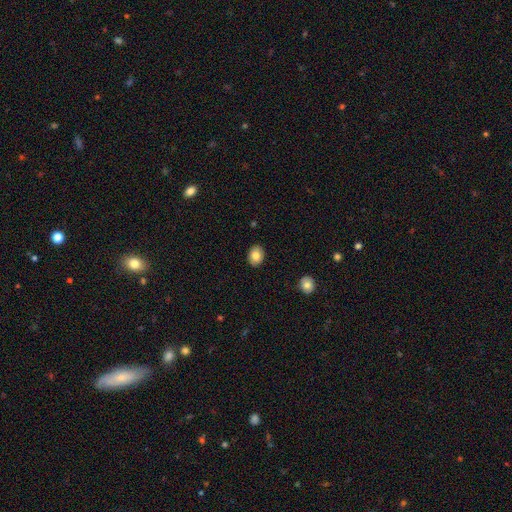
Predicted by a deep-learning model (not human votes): Smooth or featured? Predicted: smooth (p=0.81). How rounded? Predicted: in between (p=0.57). Merging? Predicted: none (p=0.90).